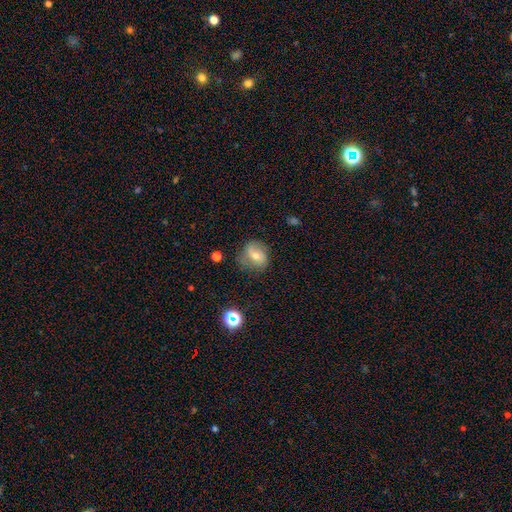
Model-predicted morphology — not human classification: The model was most divided on "smooth or featured": smooth: 47%, featured or disk: 40%, star or artifact: 13%. More confident: merging — none (62%).